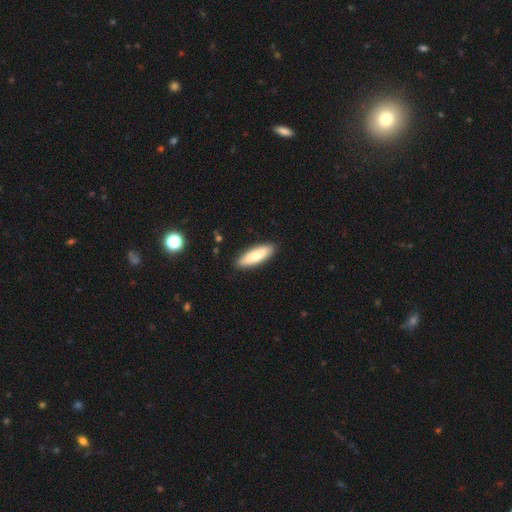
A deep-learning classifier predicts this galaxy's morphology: This is likely a smooth galaxy (80%). How rounded: possibly cigar-shaped (51%). Merging: clearly none (89%).